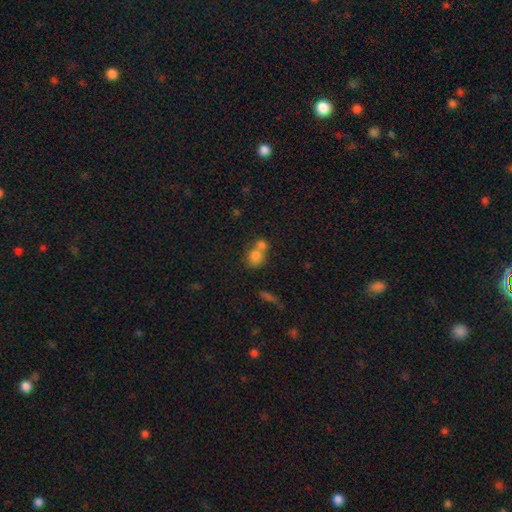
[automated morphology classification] This appears to be a smooth galaxy with no disk features (78%) that is round (72%). Merging: merger (56%).